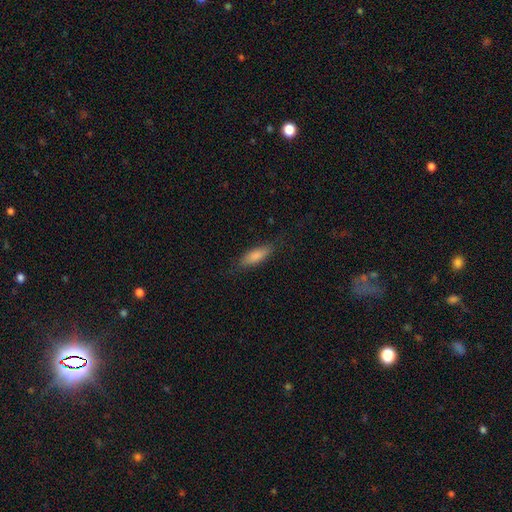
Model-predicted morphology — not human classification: Smooth or featured? smooth (83%)
How rounded? in between (59%)
Merging? none (80%)